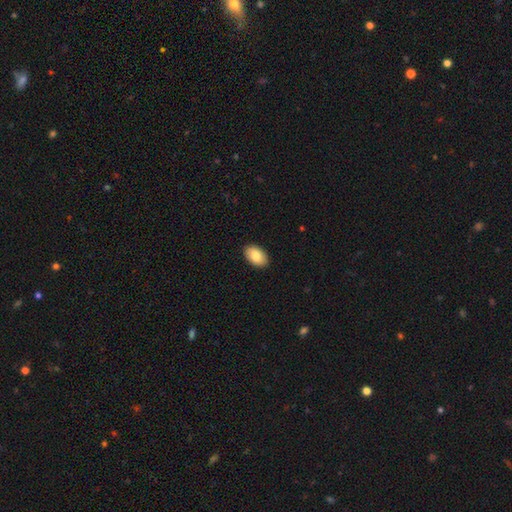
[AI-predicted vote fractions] Smooth or featured: smooth — 84% (featured or disk — 10%)
How rounded: in between — 93% (round — 6%)
Merging: none — 91% (minor disturbance — 7%)